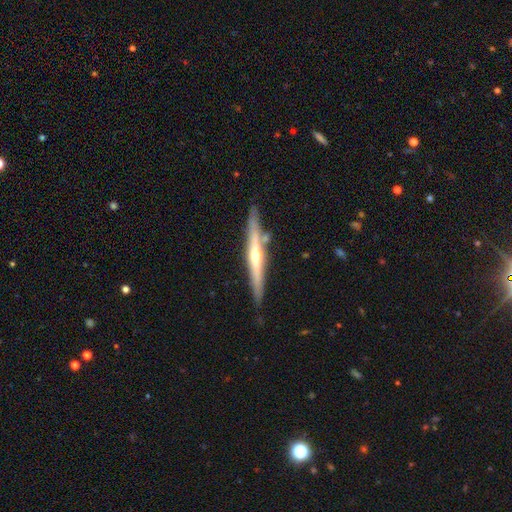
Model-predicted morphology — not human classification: Smooth or featured?
  - featured or disk: 73% *
  - smooth: 21%
  - star or artifact: 5%
Edge-on disk?
  - yes: 96% *
  - no: 4%
Edge-on bulge?
  - rounded: 84% *
  - none: 13%
  - boxy: 3%
Merging?
  - none: 83% *
  - minor disturbance: 11%
  - merger: 5%
  - major disturbance: 2%